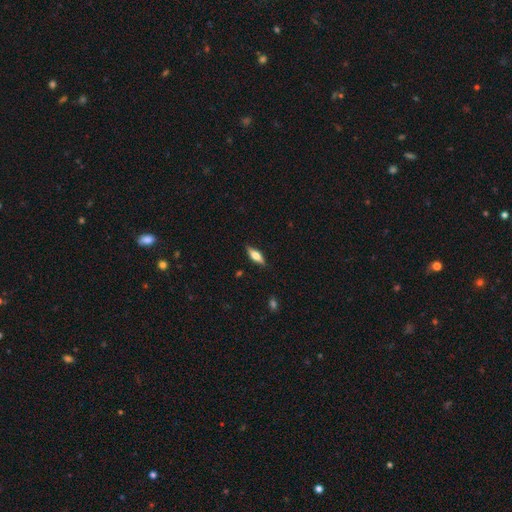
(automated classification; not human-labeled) A smooth galaxy with no disk features (52%) that is in between round and cigar-shaped (57%). Merging: none (86%).